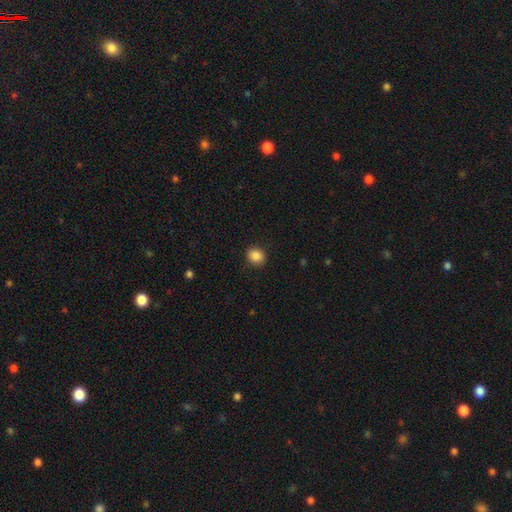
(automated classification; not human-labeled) Smooth or featured? Predicted: smooth (p=0.87). How rounded? Predicted: round (p=0.68). Merging? Predicted: none (p=0.89).